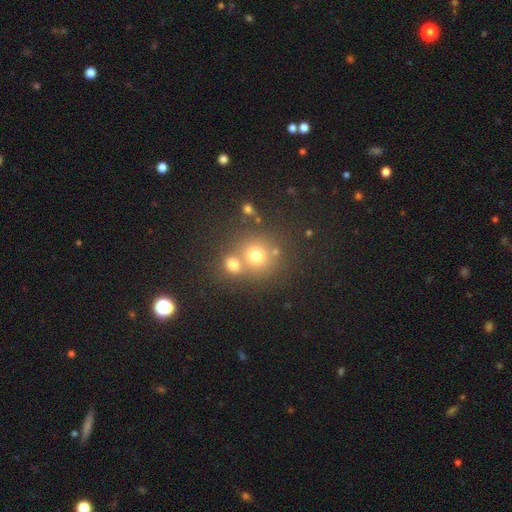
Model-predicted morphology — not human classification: smooth_or_featured: smooth (p=0.70) [alt: star or artifact p=0.17]
how_rounded: round (p=0.85) [alt: in between p=0.14]
merging: none (p=0.52) [alt: merger p=0.37]